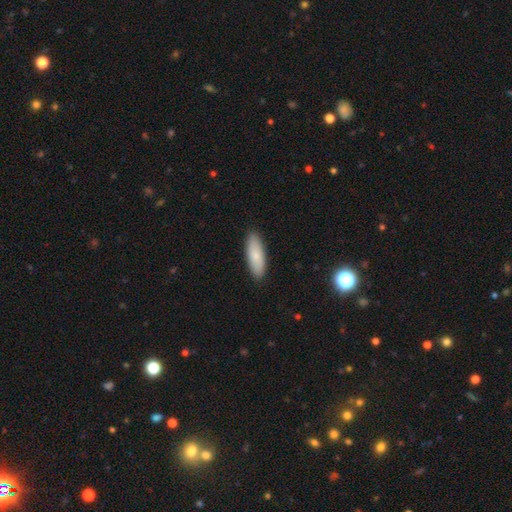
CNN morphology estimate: The model was most divided on "how rounded": in between: 64%, cigar-shaped: 34%, round: 2%. More confident: merging — none (89%); smooth or featured — smooth (84%).